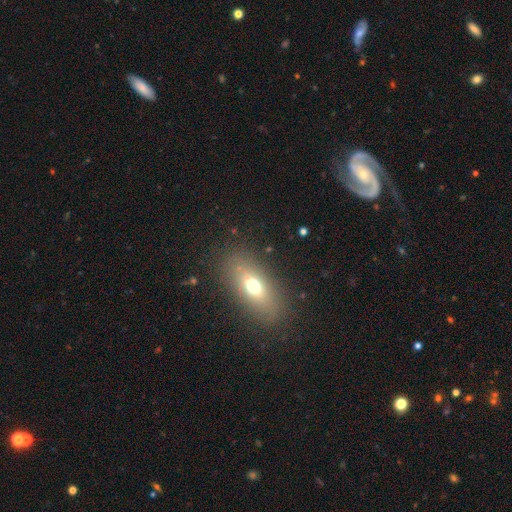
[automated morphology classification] smooth_or_featured: smooth (p=0.52) [alt: featured or disk p=0.28]
how_rounded: in between (p=0.80) [alt: round p=0.10]
merging: none (p=0.87) [alt: minor disturbance p=0.09]